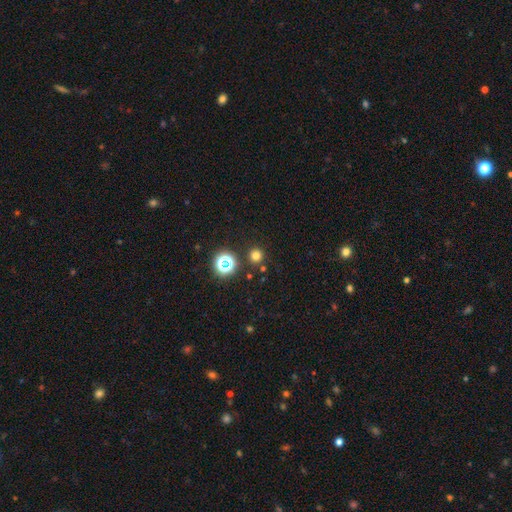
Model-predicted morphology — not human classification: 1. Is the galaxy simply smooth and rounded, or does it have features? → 71% smooth, 23% star or artifact, 5% featured or disk.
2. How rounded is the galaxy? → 95% round, 5% in between, 1% cigar-shaped.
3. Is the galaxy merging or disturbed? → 88% none, 6% minor disturbance, 4% merger, 2% major disturbance.